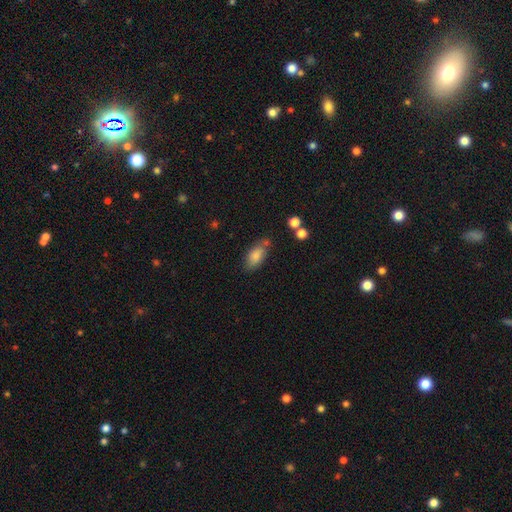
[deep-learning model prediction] A smooth galaxy with no disk features (82%) that is in between round and cigar-shaped (90%). Merging: none (65%).